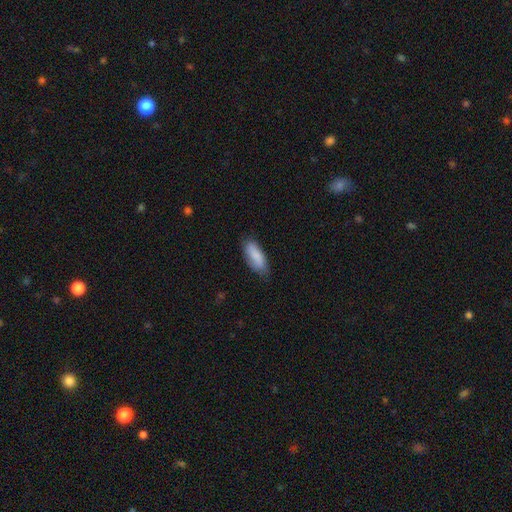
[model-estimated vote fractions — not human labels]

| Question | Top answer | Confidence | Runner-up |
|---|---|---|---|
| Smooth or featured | smooth | 85% | featured or disk (10%) |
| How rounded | in between | 78% | cigar-shaped (20%) |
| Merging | none | 74% | minor disturbance (21%) |